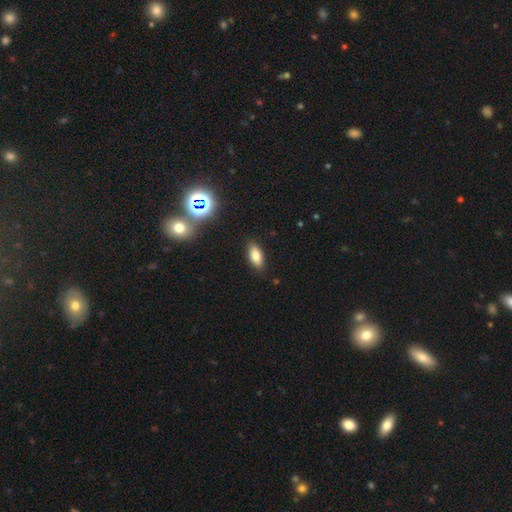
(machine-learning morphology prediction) The model was most divided on "smooth or featured": smooth: 78%, featured or disk: 11%, star or artifact: 11%. More confident: merging — none (87%); how rounded — in between (85%).